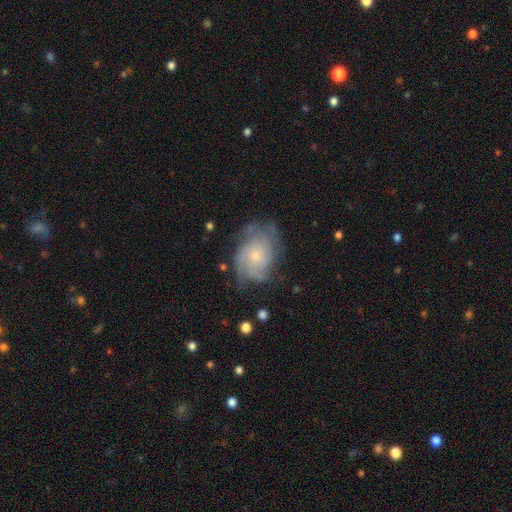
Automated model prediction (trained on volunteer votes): smooth_or_featured: featured or disk (p=0.69) [alt: smooth p=0.23]
disk_edge_on: no (p=0.97) [alt: yes p=0.03]
bar: no (p=0.80) [alt: weak p=0.18]
has_spiral_arms: yes (p=0.88) [alt: no p=0.12]
spiral_winding: tight (p=0.54) [alt: medium p=0.32]
spiral_arm_count: can't tell (p=0.45) [alt: 2 p=0.17]
bulge_size: small (p=0.69) [alt: moderate p=0.25]
merging: none (p=0.62) [alt: minor disturbance p=0.24]